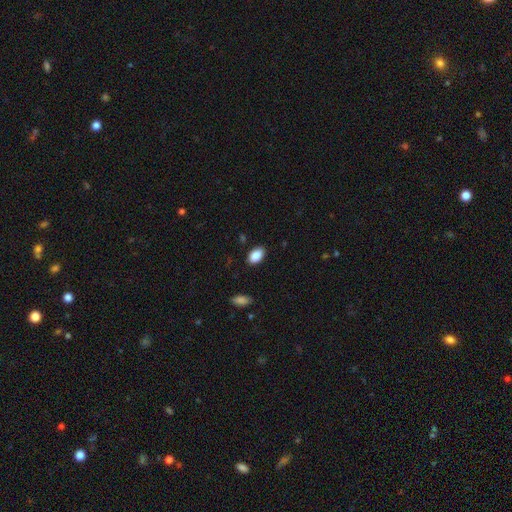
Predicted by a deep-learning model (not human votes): smooth_or_featured: smooth (p=0.88) [alt: star or artifact p=0.08]
how_rounded: in between (p=0.91) [alt: round p=0.07]
merging: none (p=0.87) [alt: minor disturbance p=0.09]